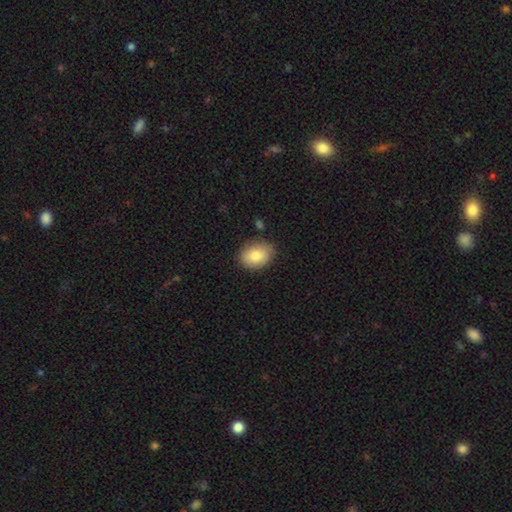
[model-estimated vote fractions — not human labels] A smooth galaxy with no disk features (83%) that is in between round and cigar-shaped (69%).

Vote fractions:
- Smooth or featured? smooth: 83% / featured or disk: 10% / star or artifact: 7%
- How rounded? in between: 69% / round: 30% / cigar-shaped: 1%
- Merging? none: 83% / minor disturbance: 12% / major disturbance: 3% / merger: 2%